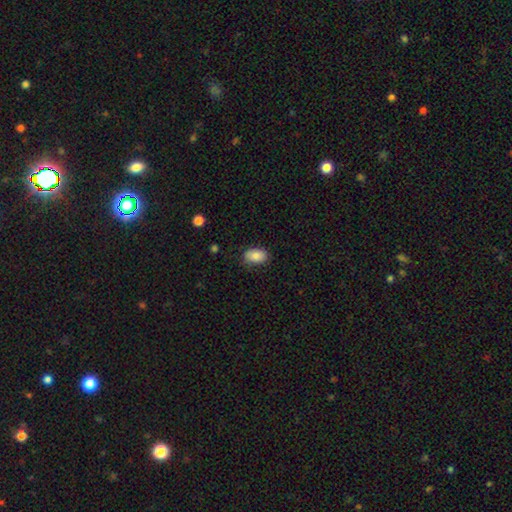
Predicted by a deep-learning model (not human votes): Overall: smooth (84%). How rounded: in between (88%). Merging: none (80%).